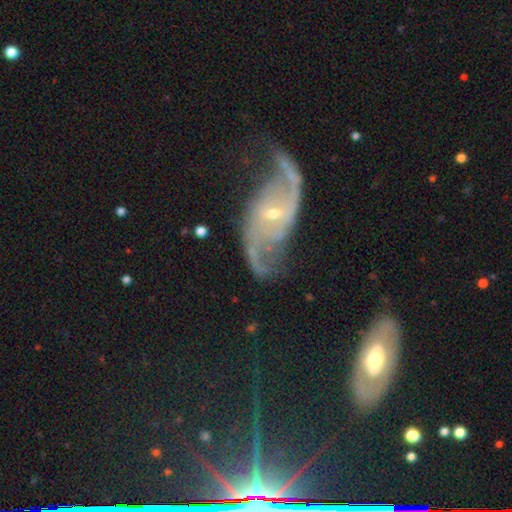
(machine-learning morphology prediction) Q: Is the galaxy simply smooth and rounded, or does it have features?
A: featured or disk — 88%.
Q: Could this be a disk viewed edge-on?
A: no — 96%.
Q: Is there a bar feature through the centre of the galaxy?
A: weak — 44%.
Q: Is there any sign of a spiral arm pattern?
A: yes — 94%.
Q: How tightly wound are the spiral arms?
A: loose — 65%.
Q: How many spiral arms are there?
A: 2 — 90%.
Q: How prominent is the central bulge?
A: small — 69%.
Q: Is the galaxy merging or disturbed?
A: none — 60%.